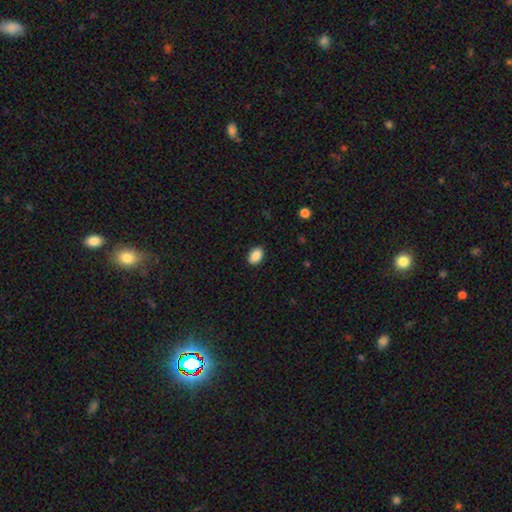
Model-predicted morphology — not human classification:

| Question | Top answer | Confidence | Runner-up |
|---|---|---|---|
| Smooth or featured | smooth | 90% | star or artifact (7%) |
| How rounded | in between | 89% | round (10%) |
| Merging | none | 90% | minor disturbance (8%) |